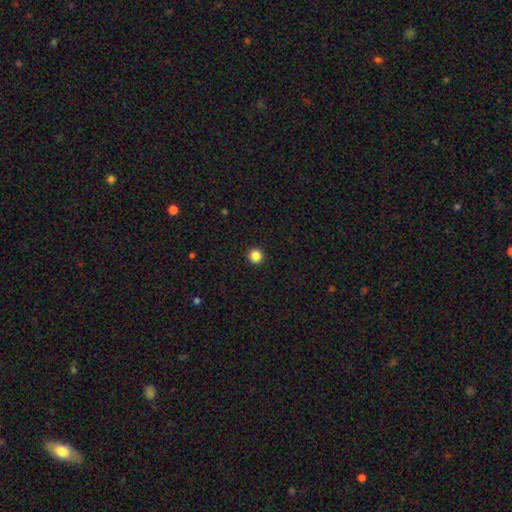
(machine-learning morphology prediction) A smooth galaxy with no disk features (86%) that is round (96%).

Vote fractions:
- Smooth or featured? smooth: 86% / star or artifact: 11% / featured or disk: 3%
- How rounded? round: 96% / in between: 3% / cigar-shaped: 1%
- Merging? none: 94% / minor disturbance: 4% / major disturbance: 1% / merger: 1%